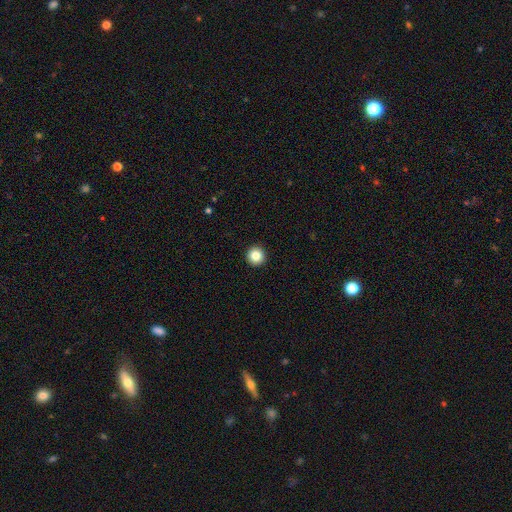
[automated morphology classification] This is clearly a smooth galaxy (85%). How rounded: clearly round (96%). Merging: clearly none (94%).